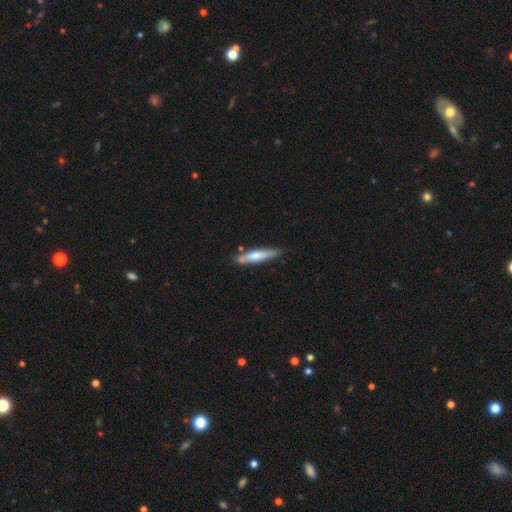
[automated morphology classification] This is possibly a smooth galaxy (52%). How rounded: clearly cigar-shaped (86%). Merging: likely none (71%).